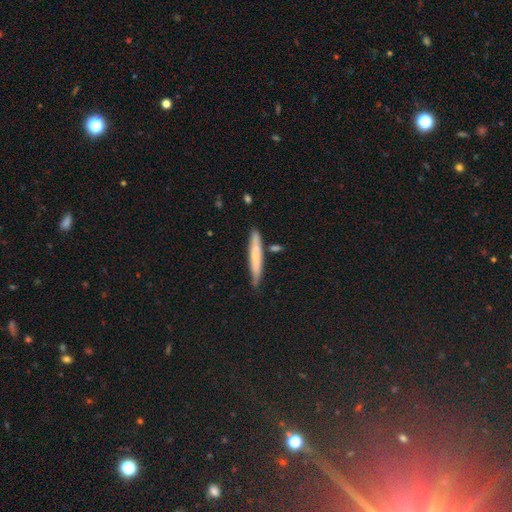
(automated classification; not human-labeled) A smooth galaxy with no disk features (60%) that is cigar-shaped (94%).

Vote fractions:
- Smooth or featured? smooth: 60% / featured or disk: 33% / star or artifact: 7%
- How rounded? cigar-shaped: 94% / in between: 5% / round: 1%
- Merging? none: 78% / minor disturbance: 14% / merger: 6% / major disturbance: 2%